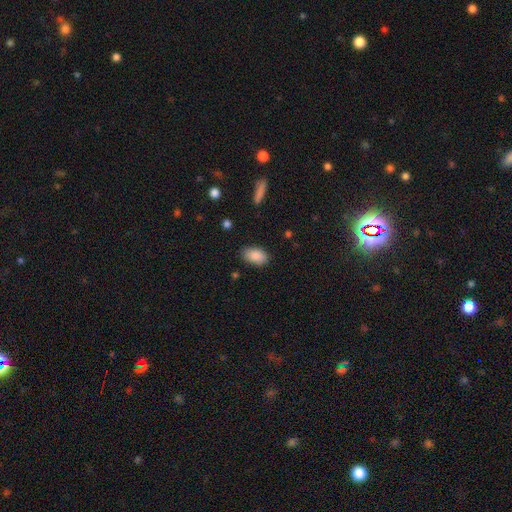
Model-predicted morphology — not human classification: Smooth or featured?
  - smooth: 88% *
  - star or artifact: 7%
  - featured or disk: 5%
How rounded?
  - in between: 92% *
  - round: 6%
  - cigar-shaped: 2%
Merging?
  - none: 84% *
  - minor disturbance: 12%
  - major disturbance: 3%
  - merger: 1%